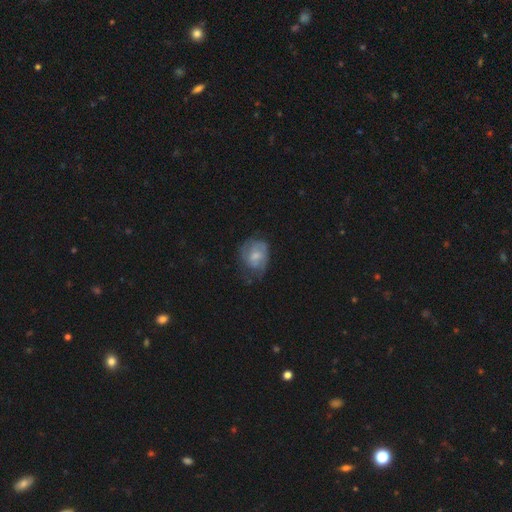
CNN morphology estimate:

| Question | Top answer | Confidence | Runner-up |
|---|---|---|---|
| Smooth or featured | featured or disk | 55% | smooth (38%) |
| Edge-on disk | no | 97% | yes (3%) |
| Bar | no | 54% | weak (40%) |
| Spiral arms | yes | 73% | no (27%) |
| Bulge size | moderate | 42% | small (39%) |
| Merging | none | 45% | minor disturbance (30%) |